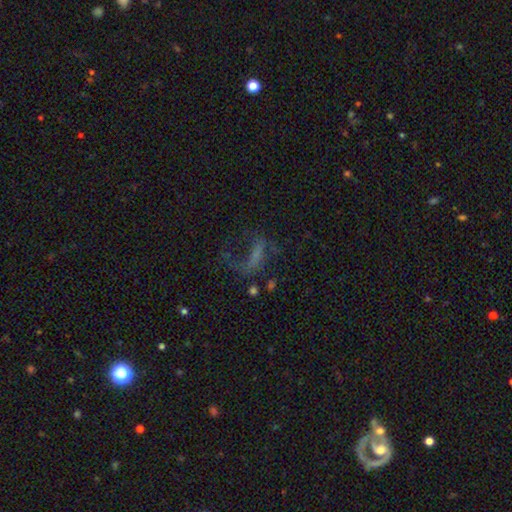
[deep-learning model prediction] Q: Smooth or featured?
A: featured or disk (48%); runner-up: smooth (30%)
Q: Merging?
A: major disturbance (45%); runner-up: none (35%)